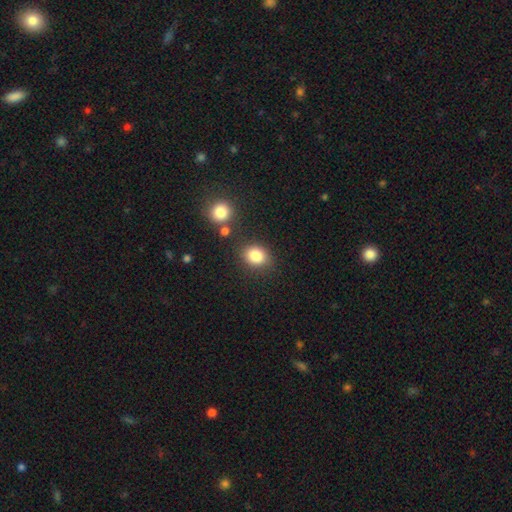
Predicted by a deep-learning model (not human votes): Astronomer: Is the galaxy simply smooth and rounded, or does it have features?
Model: smooth — 84%.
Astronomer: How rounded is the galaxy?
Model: round — 58% (runner-up: in between, 41%).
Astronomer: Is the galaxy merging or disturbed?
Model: none — 77%.